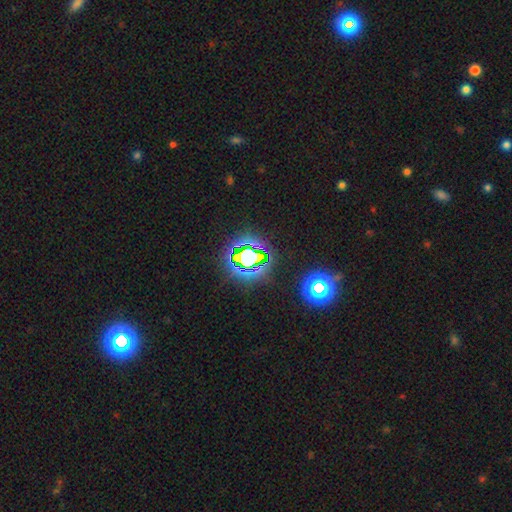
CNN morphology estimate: star or artifact 78%, smooth 16%, featured or disk 7%.